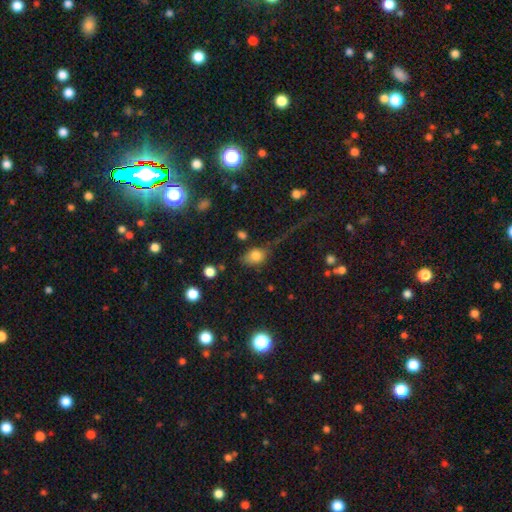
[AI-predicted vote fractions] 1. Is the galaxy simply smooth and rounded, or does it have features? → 78% smooth, 11% featured or disk, 11% star or artifact.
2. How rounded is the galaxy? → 69% in between, 29% round, 2% cigar-shaped.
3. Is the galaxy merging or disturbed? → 49% none, 23% minor disturbance, 20% major disturbance, 8% merger.